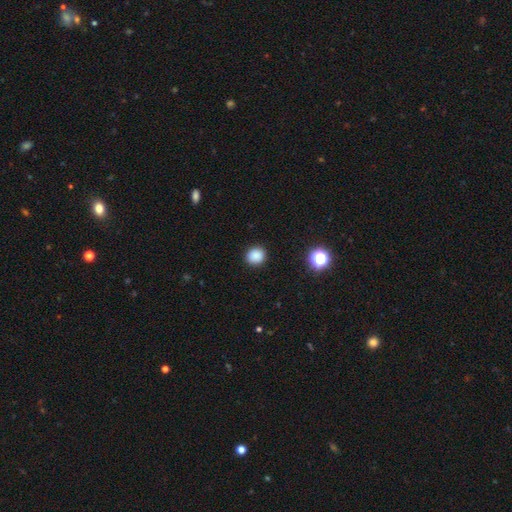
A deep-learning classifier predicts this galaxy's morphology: Smooth or featured?
  - smooth: 86% *
  - star or artifact: 11%
  - featured or disk: 3%
How rounded?
  - round: 87% *
  - in between: 12%
  - cigar-shaped: 1%
Merging?
  - none: 91% *
  - minor disturbance: 6%
  - major disturbance: 2%
  - merger: 1%